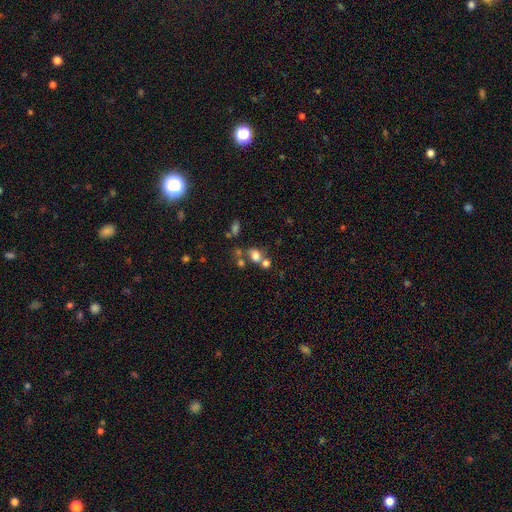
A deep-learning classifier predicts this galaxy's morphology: A smooth galaxy with no disk features (72%) that is in between round and cigar-shaped (55%). Merging: merger (41%).